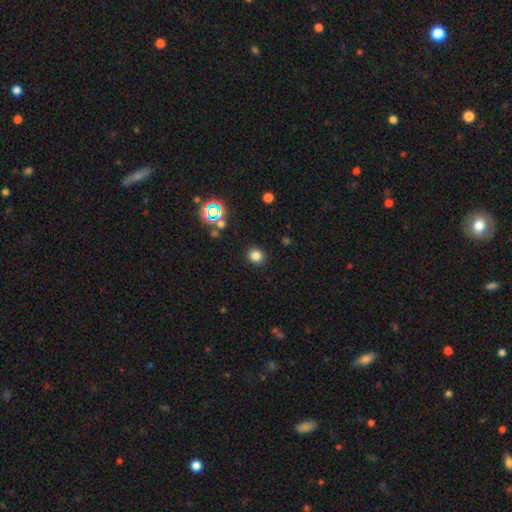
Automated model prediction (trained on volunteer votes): Q: Smooth or featured?
A: smooth (79%); runner-up: star or artifact (16%)
Q: How rounded?
A: round (87%); runner-up: in between (12%)
Q: Merging?
A: none (90%); runner-up: minor disturbance (6%)